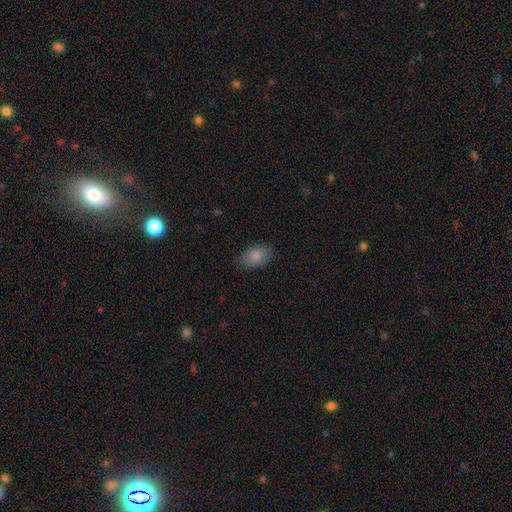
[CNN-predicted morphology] A smooth galaxy with no disk features (85%) that is in between round and cigar-shaped (87%). Merging: none (82%).